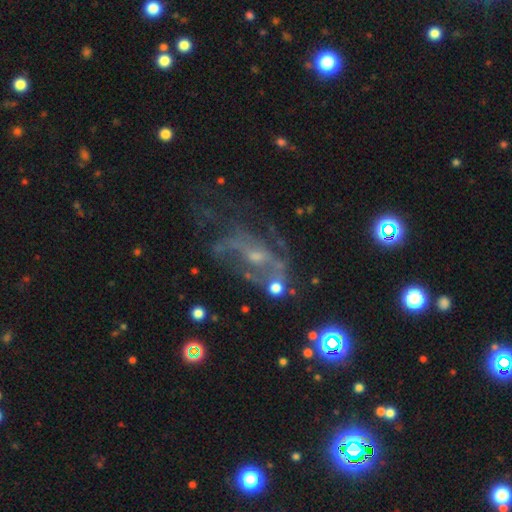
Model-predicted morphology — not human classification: Smooth or featured: featured or disk — 71% (star or artifact — 16%)
Edge-on disk: no — 94% (yes — 6%)
Bar: no — 52% (weak — 35%)
Spiral arms: yes — 61% (no — 39%)
Bulge size: small — 59% (moderate — 25%)
Merging: none — 38% (major disturbance — 34%)